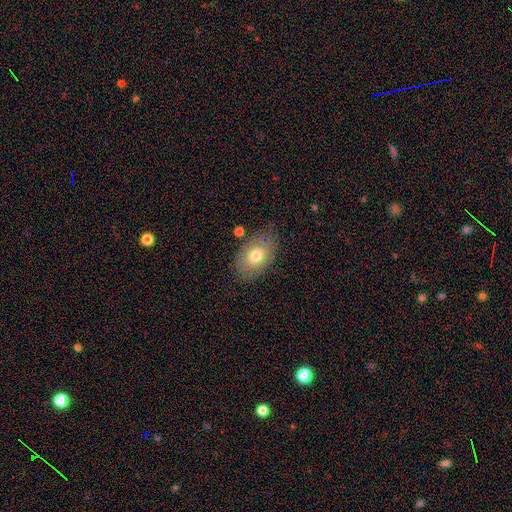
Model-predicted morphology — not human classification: The model was most divided on "smooth or featured": smooth: 73%, featured or disk: 18%, star or artifact: 8%. More confident: how rounded — in between (87%); merging — none (75%).